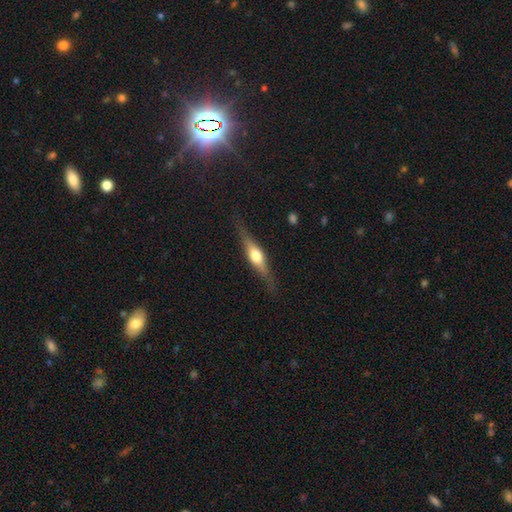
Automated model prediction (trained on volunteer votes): featured or disk 61%, smooth 33%, star or artifact 6%. Down the decision tree: edge-on disk — yes (94%); edge-on bulge — rounded (90%); merging — none (82%).